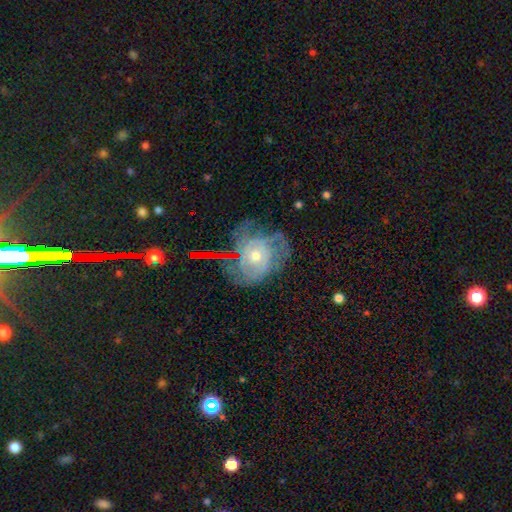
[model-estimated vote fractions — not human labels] Smooth or featured? Predicted: featured or disk (p=0.75). Edge-on disk? Predicted: no (p=0.96). Bar? Predicted: no (p=0.81). Spiral arms? Predicted: yes (p=0.83). Spiral winding? Predicted: tight (p=0.57). Spiral arm count? Predicted: can't tell (p=0.47). Bulge size? Predicted: small (p=0.49). Merging? Predicted: none (p=0.55).